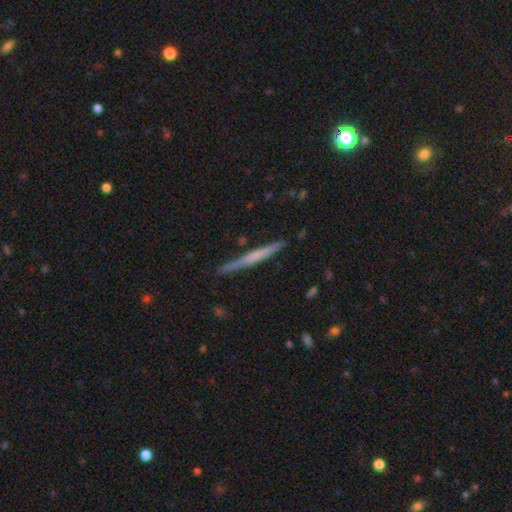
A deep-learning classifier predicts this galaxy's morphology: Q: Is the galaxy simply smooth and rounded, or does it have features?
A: featured or disk — 55%.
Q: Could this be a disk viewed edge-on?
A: yes — 97%.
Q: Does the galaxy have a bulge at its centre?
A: none — 65%.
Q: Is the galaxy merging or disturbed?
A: none — 87%.